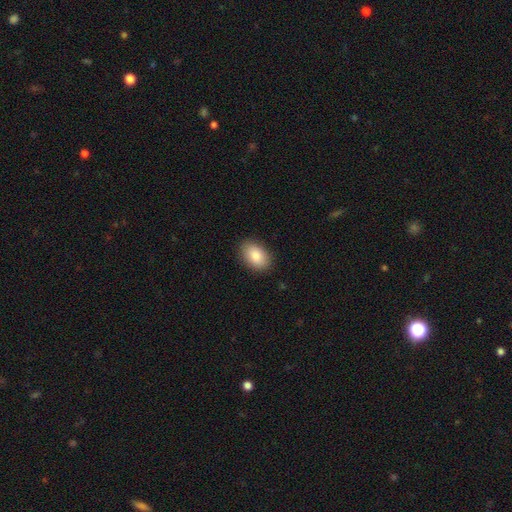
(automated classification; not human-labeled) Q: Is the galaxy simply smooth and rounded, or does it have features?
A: smooth — 85%.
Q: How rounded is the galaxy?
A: in between — 89%.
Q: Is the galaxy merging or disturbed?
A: none — 89%.